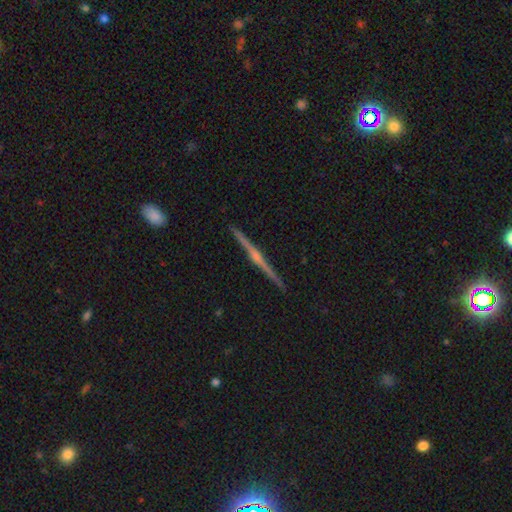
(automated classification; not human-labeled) Q: Smooth or featured?
A: featured or disk (83%); runner-up: smooth (11%)
Q: Edge-on disk?
A: yes (99%); runner-up: no (1%)
Q: Edge-on bulge?
A: rounded (82%); runner-up: none (11%)
Q: Merging?
A: none (92%); runner-up: minor disturbance (5%)